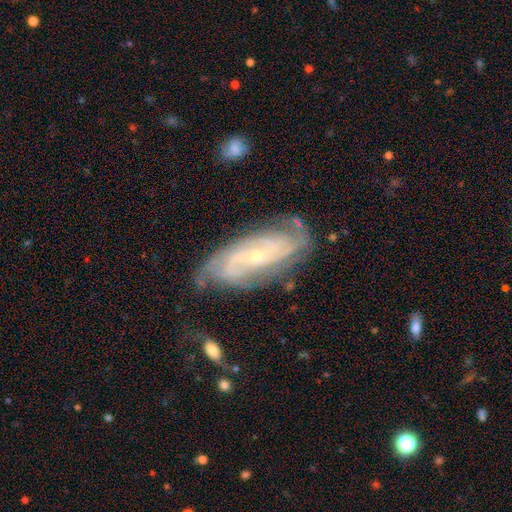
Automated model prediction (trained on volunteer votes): The model was most divided on "spiral arm count": 2: 30%, can't tell: 28%, 3: 19%, 4: 13%, more than 4: 5%, 1: 5%. More confident: spiral arms — yes (96%); edge-on disk — no (92%); smooth or featured — featured or disk (85%); bulge size — small (77%); merging — none (71%); spiral winding — tight (61%); bar — no (59%).